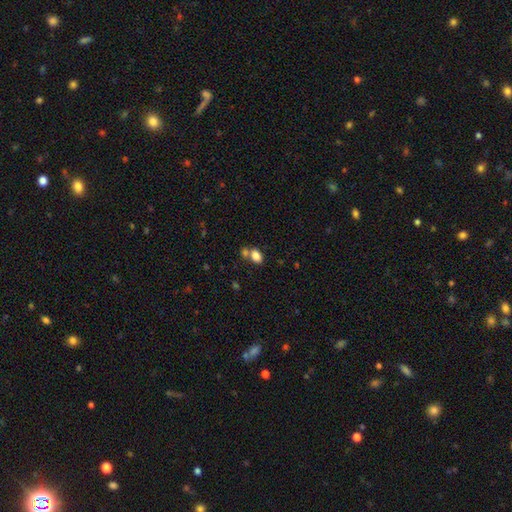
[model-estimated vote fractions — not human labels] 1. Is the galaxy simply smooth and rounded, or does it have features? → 82% smooth, 10% star or artifact, 8% featured or disk.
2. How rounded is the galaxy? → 80% in between, 18% round, 1% cigar-shaped.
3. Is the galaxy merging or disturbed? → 52% none, 34% merger, 11% minor disturbance, 4% major disturbance.